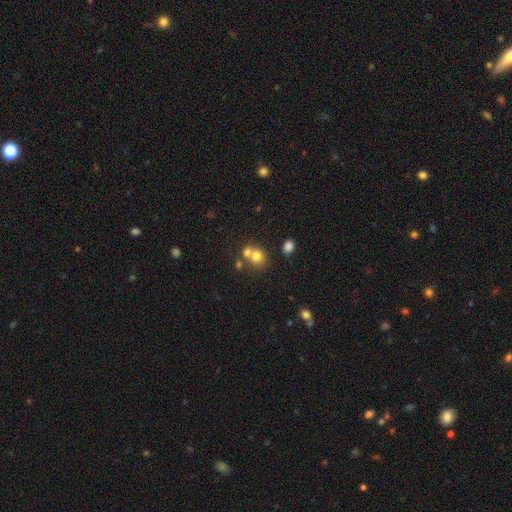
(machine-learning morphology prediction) This is likely a smooth galaxy (73%). How rounded: likely round (75%). Merging: possibly merger (47%).